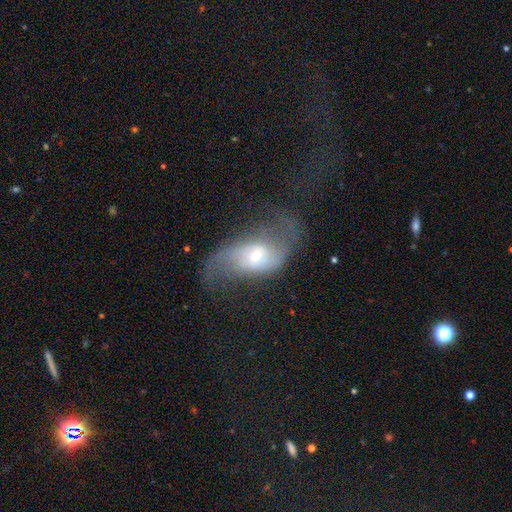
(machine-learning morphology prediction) Smooth or featured?
  - featured or disk: 73% *
  - smooth: 19%
  - star or artifact: 8%
Edge-on disk?
  - no: 94% *
  - yes: 6%
Bar?
  - no: 44% *
  - weak: 42%
  - strong: 15%
Spiral arms?
  - yes: 87% *
  - no: 13%
Spiral winding?
  - loose: 74% *
  - medium: 20%
  - tight: 5%
Spiral arm count?
  - 2: 85% *
  - can't tell: 7%
  - 1: 4%
  - 3: 1%
  - 4: 1%
  - more than 4: 1%
Bulge size?
  - moderate: 47% *
  - small: 43%
  - large: 6%
  - none: 2%
  - dominant: 2%
Merging?
  - none: 46% *
  - major disturbance: 32%
  - minor disturbance: 19%
  - merger: 3%